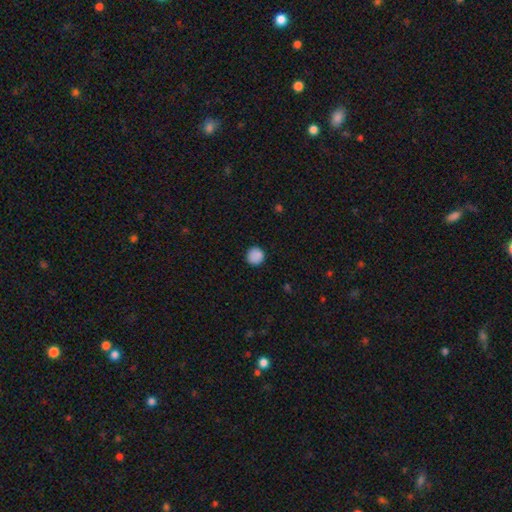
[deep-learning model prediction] Q: Smooth or featured?
A: smooth (87%); runner-up: star or artifact (10%)
Q: How rounded?
A: round (93%); runner-up: in between (6%)
Q: Merging?
A: none (87%); runner-up: minor disturbance (9%)